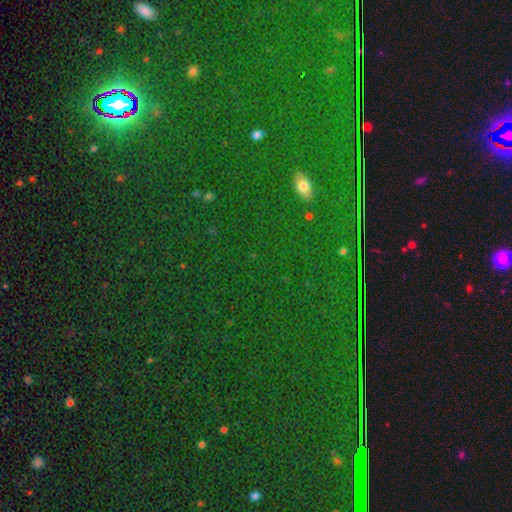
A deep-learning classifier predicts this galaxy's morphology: Overall: star or artifact (84%).